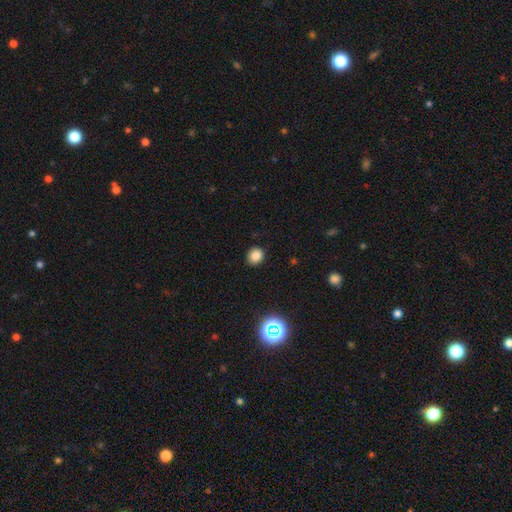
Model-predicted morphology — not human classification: Q: Smooth or featured?
A: smooth (83%); runner-up: star or artifact (13%)
Q: How rounded?
A: round (79%); runner-up: in between (20%)
Q: Merging?
A: none (89%); runner-up: minor disturbance (8%)